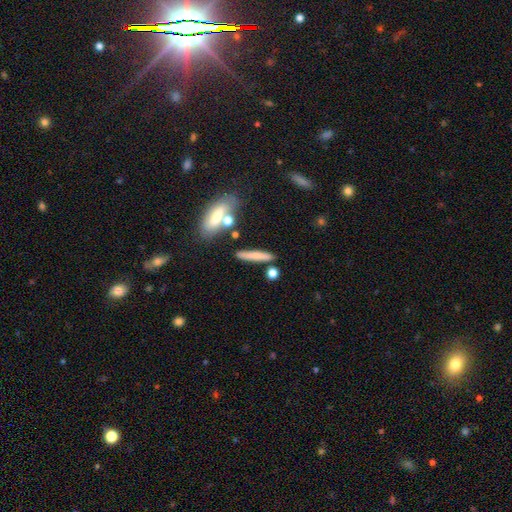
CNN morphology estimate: Smooth or featured? Predicted: smooth (p=0.69). How rounded? Predicted: cigar-shaped (p=0.88). Merging? Predicted: none (p=0.78).